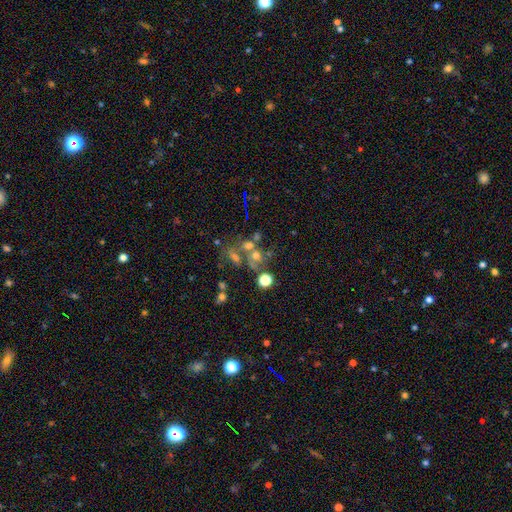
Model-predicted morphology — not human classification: A smooth galaxy with no disk features (47%).

Vote fractions:
- Smooth or featured? smooth: 47% / featured or disk: 26% / star or artifact: 26%
- Merging? merger: 42% / none: 36% / major disturbance: 12% / minor disturbance: 10%